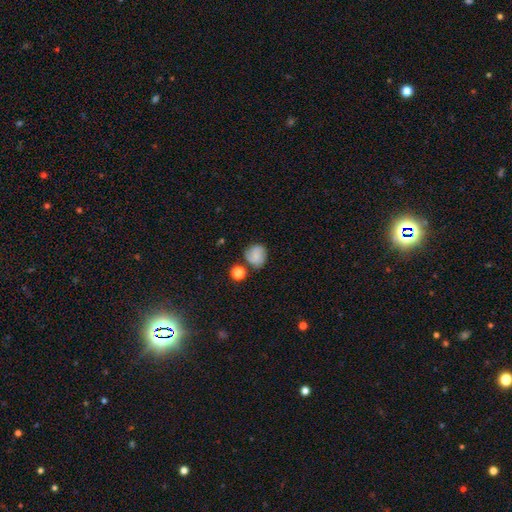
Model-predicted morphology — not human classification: Smooth or featured? smooth (57%)
How rounded? round (82%)
Merging? none (68%)